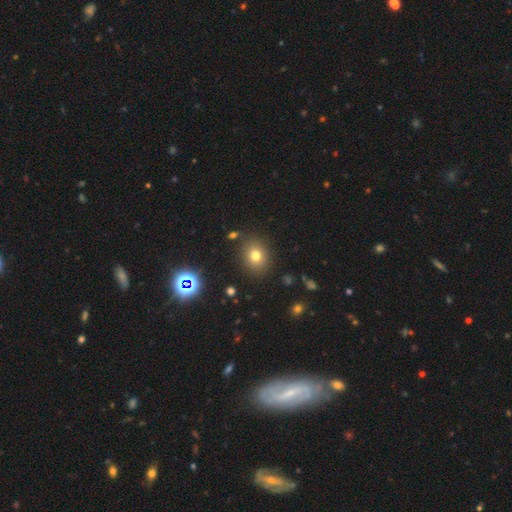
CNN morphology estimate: type=smooth (74%); roundness=round (59%); merging=none (85%).